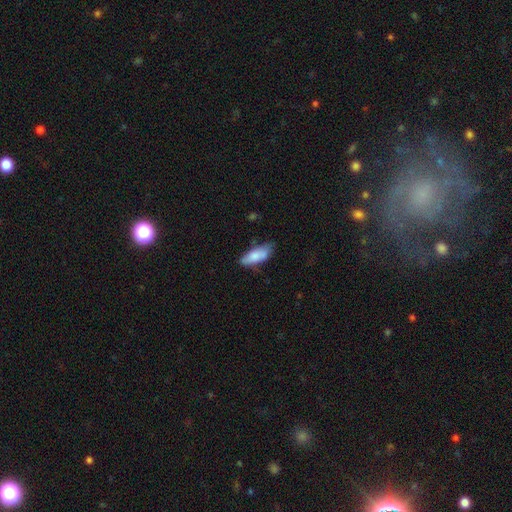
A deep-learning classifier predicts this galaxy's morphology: The model was most divided on "merging": none: 64%, minor disturbance: 28%, major disturbance: 6%, merger: 2%. More confident: smooth or featured — smooth (80%); how rounded — in between (72%).